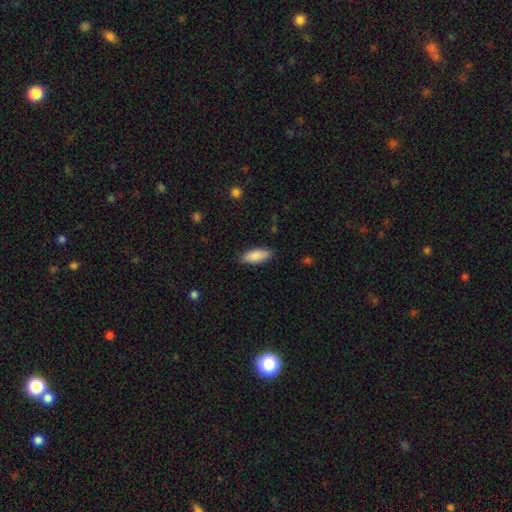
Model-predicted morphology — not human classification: smooth-or-featured: smooth: 88% | featured or disk: 7% | star or artifact: 6%
  how-rounded: in between: 80% | cigar-shaped: 18% | round: 2%
  merging: none: 84% | minor disturbance: 12% | major disturbance: 2% | merger: 1%